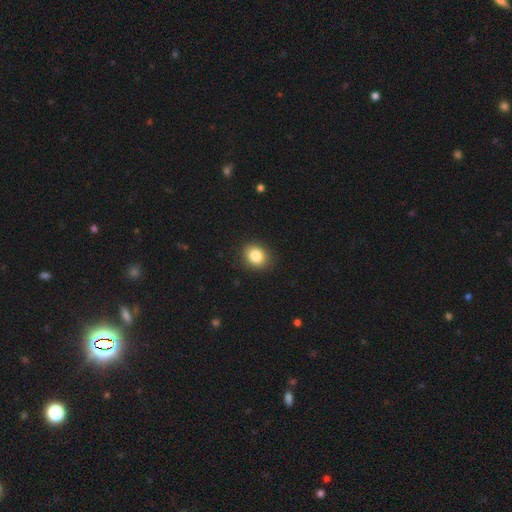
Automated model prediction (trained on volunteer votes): smooth_or_featured: smooth (p=0.83) [alt: star or artifact p=0.10]
how_rounded: round (p=0.61) [alt: in between p=0.39]
merging: none (p=0.89) [alt: minor disturbance p=0.08]